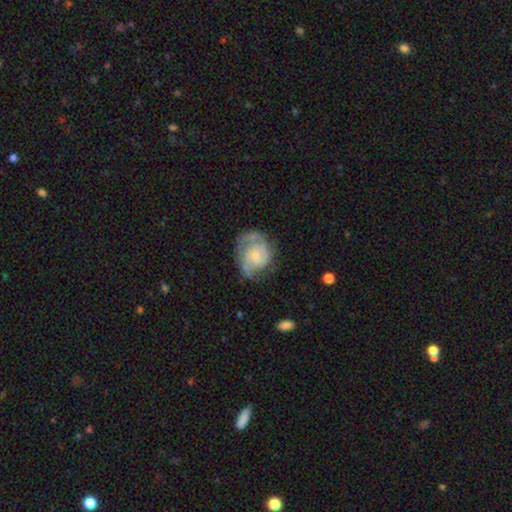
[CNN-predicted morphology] A featured or disk galaxy (77%) with no bar (72%), 2 (55%) medium (44%) spiral arms (92%) and a small central bulge (58%). Merging: none (58%).